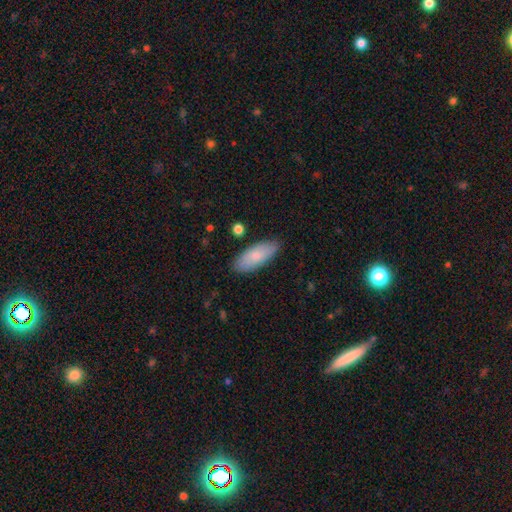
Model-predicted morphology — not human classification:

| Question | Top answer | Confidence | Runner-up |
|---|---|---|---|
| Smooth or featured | smooth | 81% | featured or disk (13%) |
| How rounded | in between | 78% | cigar-shaped (20%) |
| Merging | none | 85% | minor disturbance (11%) |